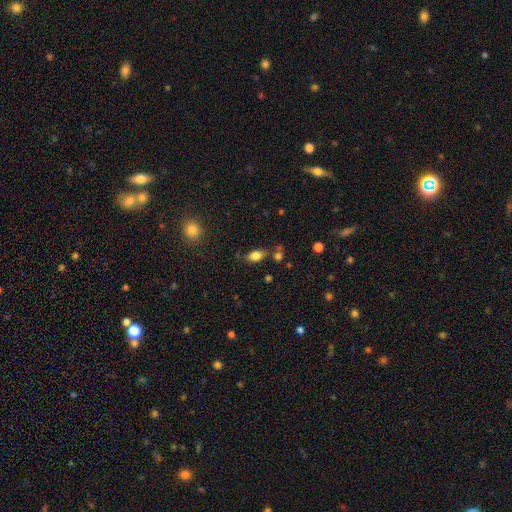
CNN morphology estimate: smooth-or-featured: smooth: 82% | star or artifact: 10% | featured or disk: 8%
  how-rounded: in between: 87% | round: 9% | cigar-shaped: 4%
  merging: none: 69% | minor disturbance: 16% | merger: 10% | major disturbance: 5%